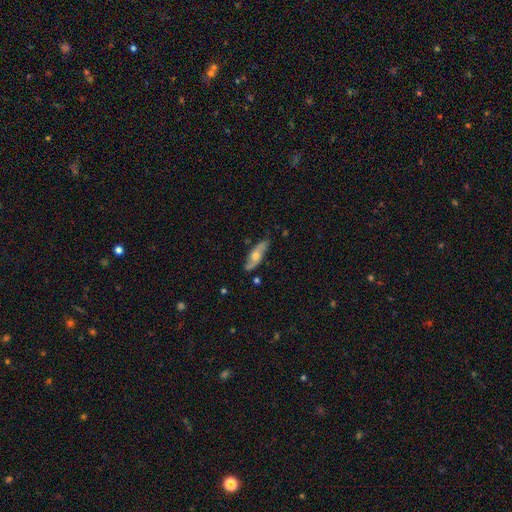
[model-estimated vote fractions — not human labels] smooth-or-featured: featured or disk: 55% | smooth: 39% | star or artifact: 6%
  disk-edge-on: no: 56% | yes: 44%
  merging: none: 78% | minor disturbance: 17% | major disturbance: 3% | merger: 2%